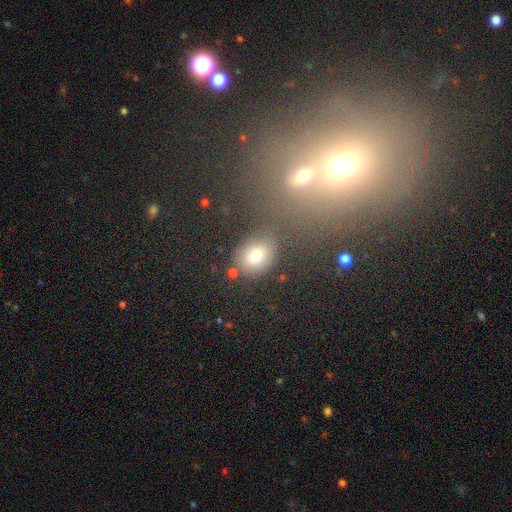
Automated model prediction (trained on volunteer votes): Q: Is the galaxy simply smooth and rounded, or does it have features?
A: smooth — 69%.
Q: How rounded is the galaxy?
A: in between — 52%.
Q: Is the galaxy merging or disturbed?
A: none — 74%.